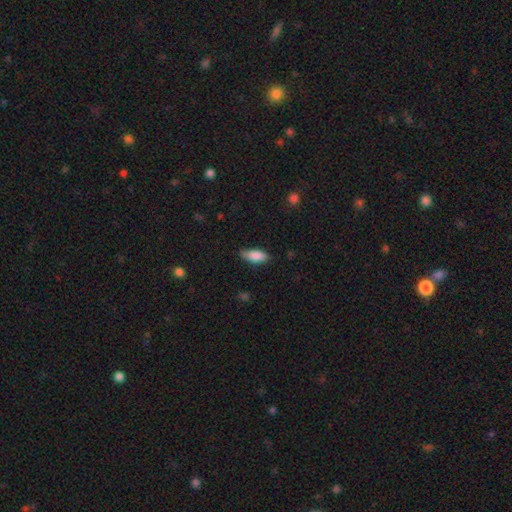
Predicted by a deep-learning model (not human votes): Smooth or featured? smooth (85%)
How rounded? in between (83%)
Merging? none (75%)